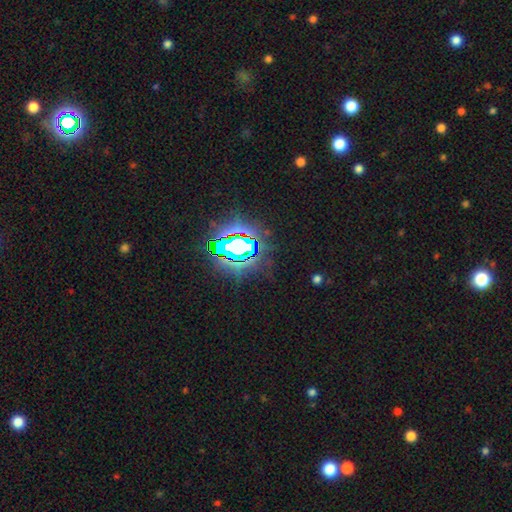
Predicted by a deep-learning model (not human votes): This appears to be a star or artifact, not a galaxy (83%).